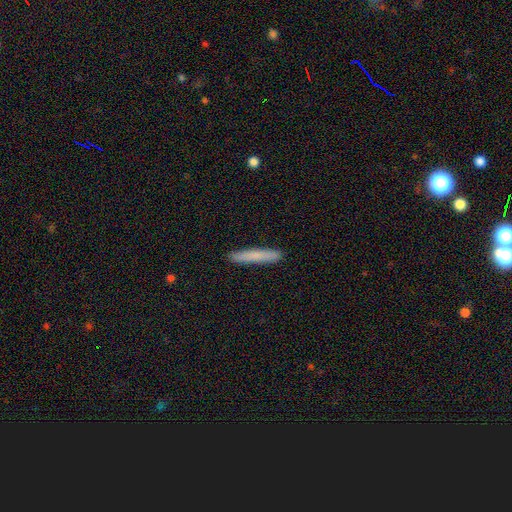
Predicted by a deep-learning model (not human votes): Overall: smooth (78%). How rounded: cigar-shaped (95%). Merging: none (91%).